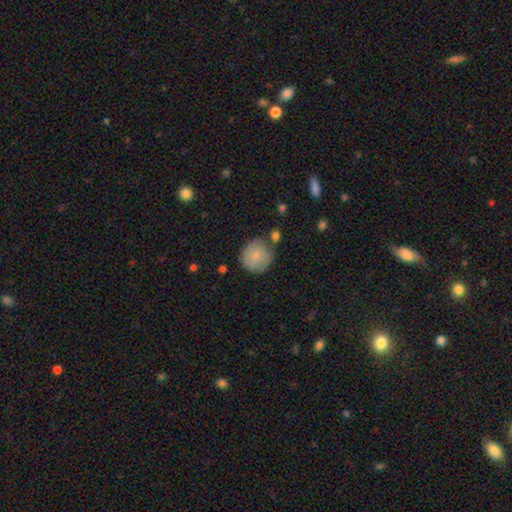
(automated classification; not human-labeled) smooth-or-featured: smooth: 78% | featured or disk: 15% | star or artifact: 7%
  how-rounded: round: 91% | in between: 9% | cigar-shaped: 1%
  merging: none: 65% | minor disturbance: 19% | merger: 10% | major disturbance: 6%